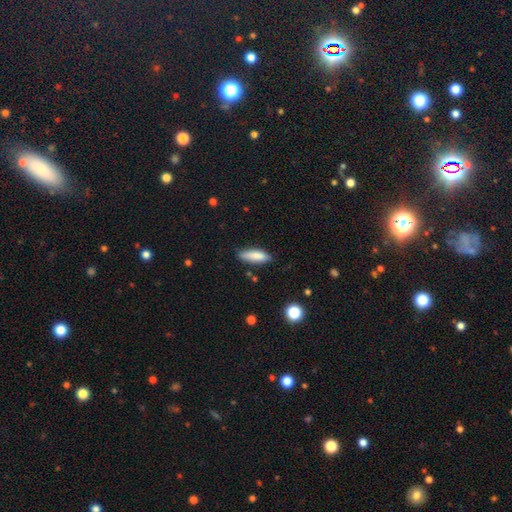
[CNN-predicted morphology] type=smooth (85%); roundness=in between (52%); merging=none (79%).